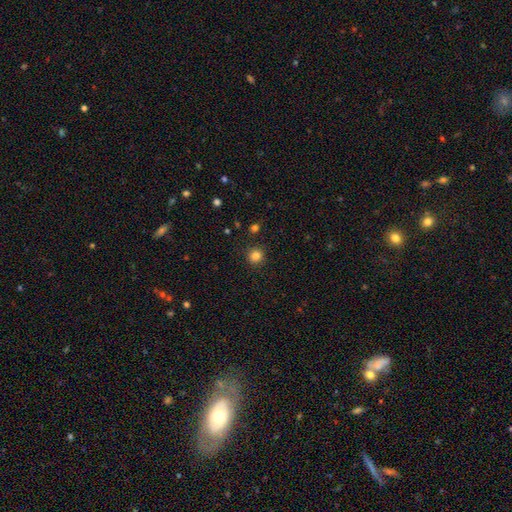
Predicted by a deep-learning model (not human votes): A smooth galaxy with no disk features (83%) that is round (93%).

Vote fractions:
- Smooth or featured? smooth: 83% / star or artifact: 13% / featured or disk: 5%
- How rounded? round: 93% / in between: 6% / cigar-shaped: 1%
- Merging? none: 91% / minor disturbance: 6% / major disturbance: 2% / merger: 1%